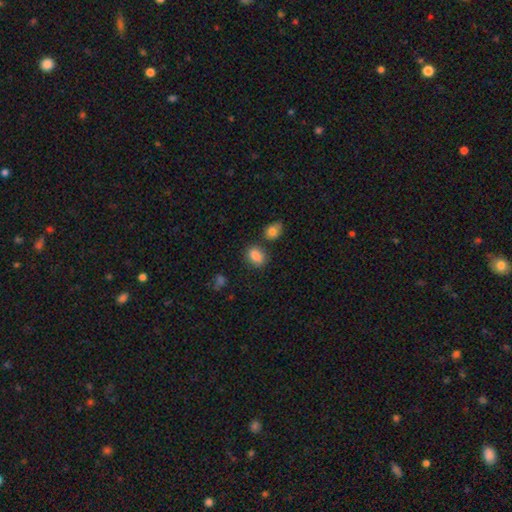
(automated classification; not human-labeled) Smooth or featured? Predicted: smooth (p=0.85). How rounded? Predicted: in between (p=0.71). Merging? Predicted: none (p=0.70).